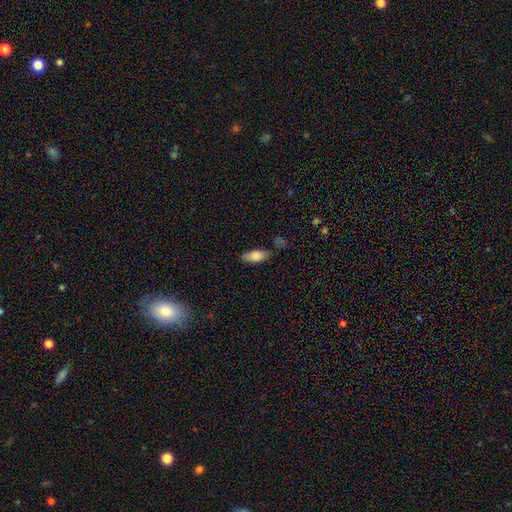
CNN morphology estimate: A smooth galaxy with no disk features (79%) that is in between round and cigar-shaped (79%).

Vote fractions:
- Smooth or featured? smooth: 79% / featured or disk: 14% / star or artifact: 7%
- How rounded? in between: 79% / cigar-shaped: 18% / round: 2%
- Merging? none: 75% / minor disturbance: 17% / merger: 4% / major disturbance: 4%